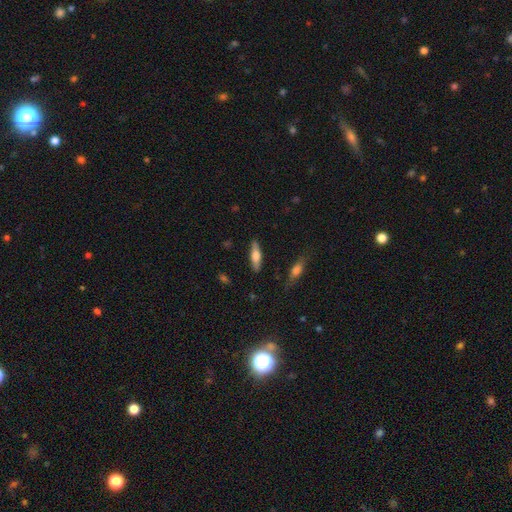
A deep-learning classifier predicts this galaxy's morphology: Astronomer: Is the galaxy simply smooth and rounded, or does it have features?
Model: smooth — 55% (runner-up: featured or disk, 39%).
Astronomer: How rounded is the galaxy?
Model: cigar-shaped — 60% (runner-up: in between, 38%).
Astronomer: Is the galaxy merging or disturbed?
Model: none — 85%.